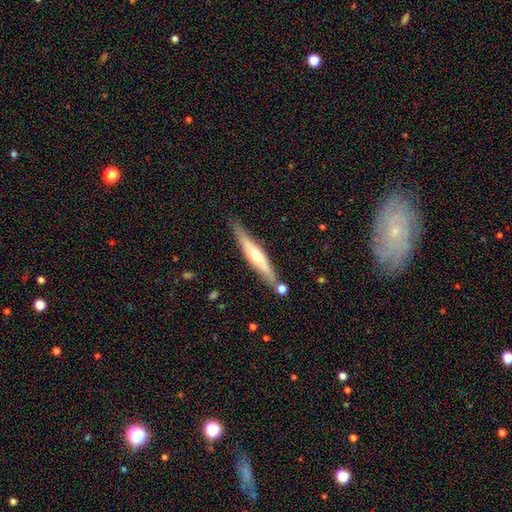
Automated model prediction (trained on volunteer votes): Smooth or featured? Predicted: featured or disk (p=0.61). Edge-on disk? Predicted: yes (p=0.92). Edge-on bulge? Predicted: rounded (p=0.88). Merging? Predicted: none (p=0.81).